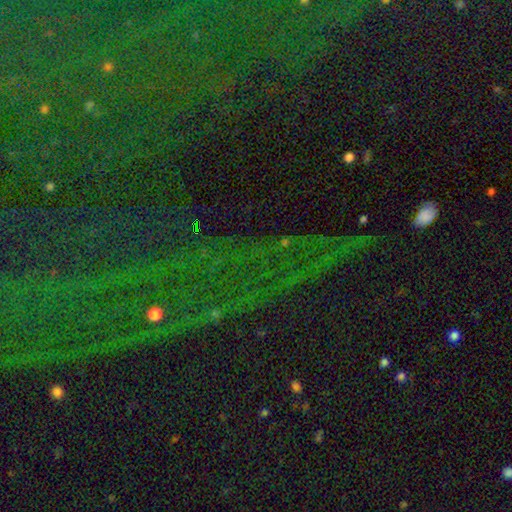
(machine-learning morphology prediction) Smooth or featured?
  - star or artifact: 78% *
  - smooth: 12%
  - featured or disk: 10%